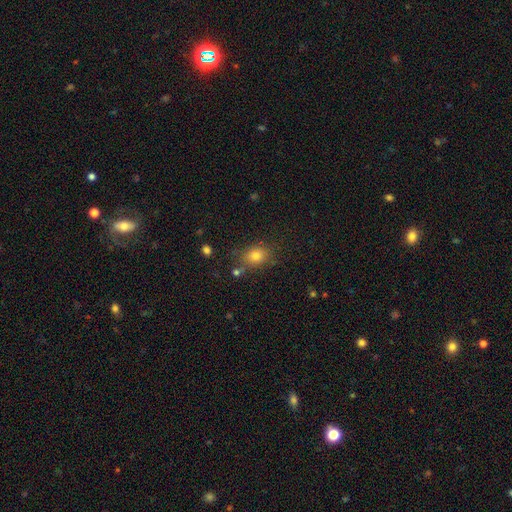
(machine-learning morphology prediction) Q: Smooth or featured?
A: smooth (77%); runner-up: star or artifact (14%)
Q: How rounded?
A: round (53%); runner-up: in between (45%)
Q: Merging?
A: none (75%); runner-up: minor disturbance (14%)